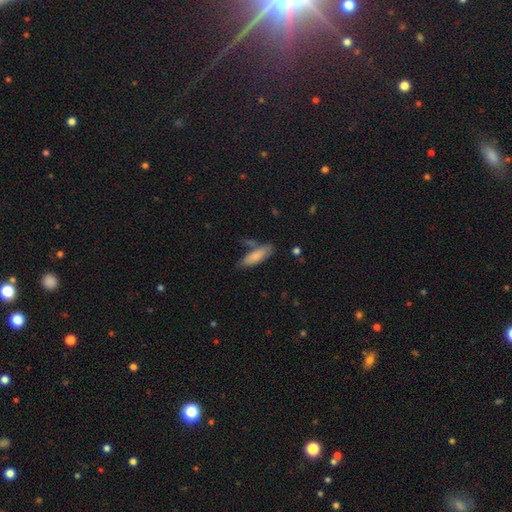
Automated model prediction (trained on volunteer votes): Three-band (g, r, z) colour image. It shows a smooth galaxy with no disk features (81%) that is in between round and cigar-shaped (54%). Merging: none (61%).